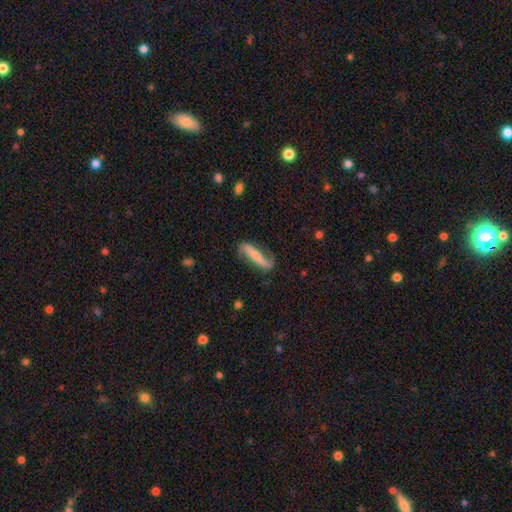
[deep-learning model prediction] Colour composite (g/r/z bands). It shows a featured or disk galaxy (69%) with a strong bar (47%), spiral arms (90%) and a small central bulge (55%). Merging: none (71%).